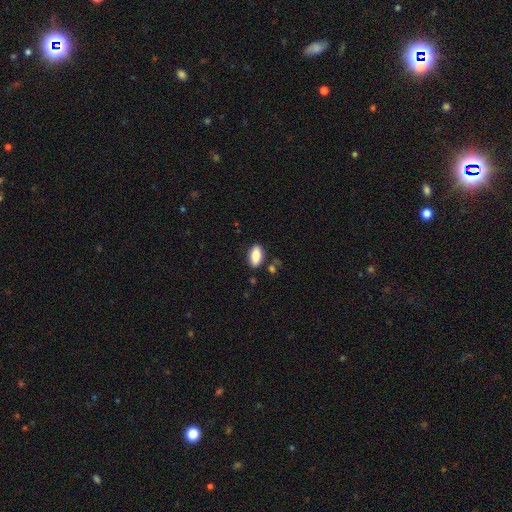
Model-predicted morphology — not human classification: This appears to be a smooth galaxy with no disk features (85%) that is in between round and cigar-shaped (91%). Merging: none (83%).